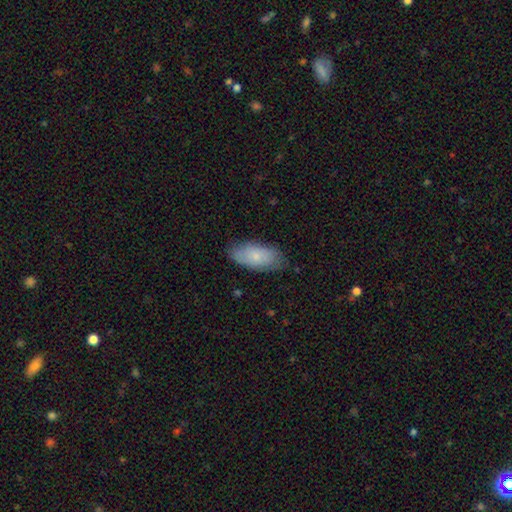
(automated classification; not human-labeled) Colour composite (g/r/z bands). It shows a smooth galaxy with no disk features (78%) that is in between round and cigar-shaped (91%). Merging: none (78%).